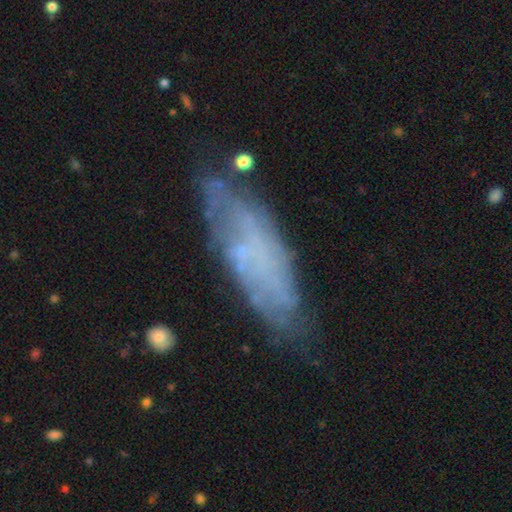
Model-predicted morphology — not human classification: Smooth or featured: featured or disk — 57% (smooth — 34%)
Edge-on disk: no — 77% (yes — 23%)
Merging: none — 68% (minor disturbance — 21%)